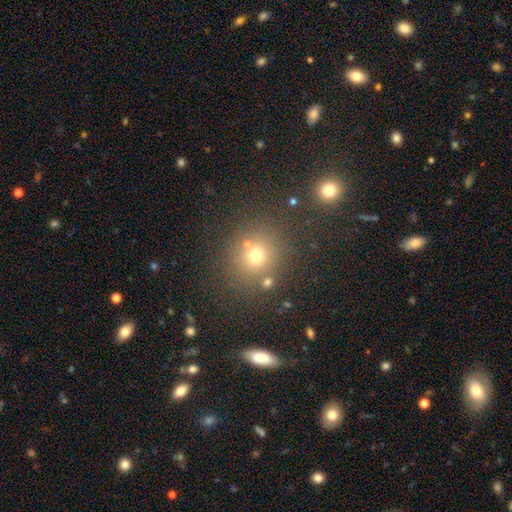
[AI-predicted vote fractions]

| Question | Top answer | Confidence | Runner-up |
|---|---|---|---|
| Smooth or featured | smooth | 67% | star or artifact (23%) |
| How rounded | round | 83% | in between (15%) |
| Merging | none | 77% | merger (10%) |